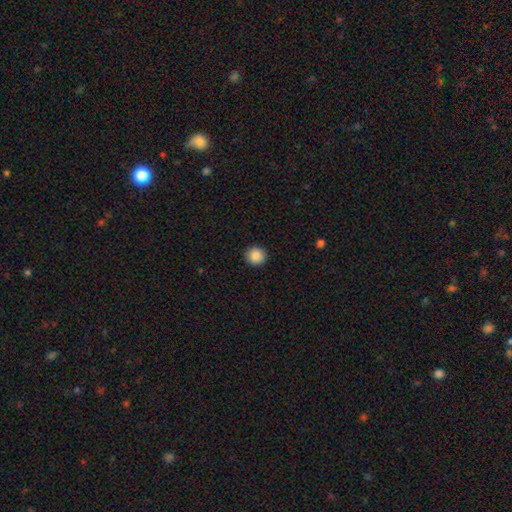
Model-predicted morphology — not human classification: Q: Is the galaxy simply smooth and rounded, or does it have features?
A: smooth — 88%.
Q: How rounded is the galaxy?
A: round — 91%.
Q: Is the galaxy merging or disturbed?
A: none — 92%.